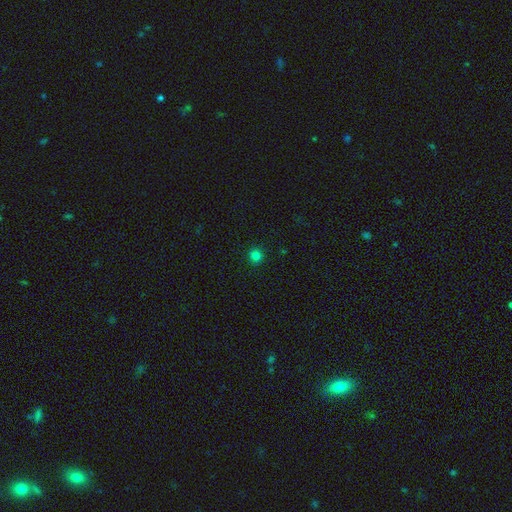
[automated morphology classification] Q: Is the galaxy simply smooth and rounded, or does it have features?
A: smooth — 80%.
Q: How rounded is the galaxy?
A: round — 94%.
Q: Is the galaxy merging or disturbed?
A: none — 93%.